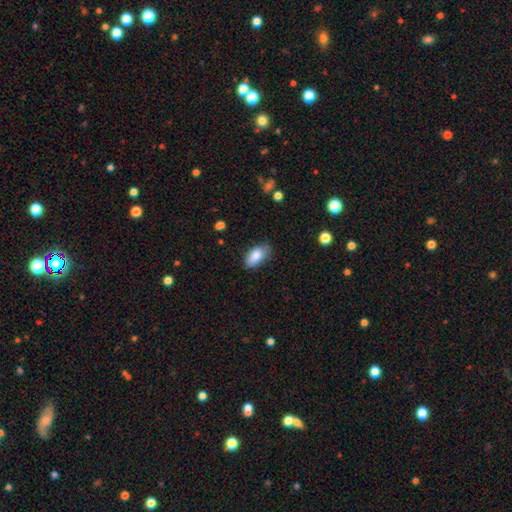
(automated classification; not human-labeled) smooth 85%, featured or disk 8%, star or artifact 7%. Down the decision tree: how rounded — in between (91%); merging — none (78%).